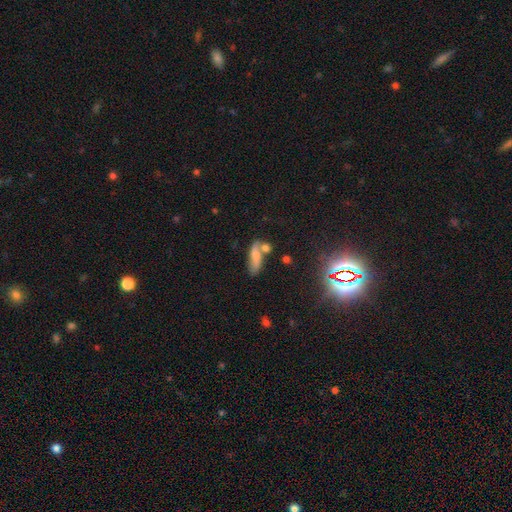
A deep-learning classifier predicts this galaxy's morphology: A smooth galaxy with no disk features (56%) that is in between round and cigar-shaped (54%).

Vote fractions:
- Smooth or featured? smooth: 56% / featured or disk: 32% / star or artifact: 12%
- How rounded? in between: 54% / cigar-shaped: 40% / round: 5%
- Merging? none: 47% / merger: 26% / minor disturbance: 19% / major disturbance: 8%